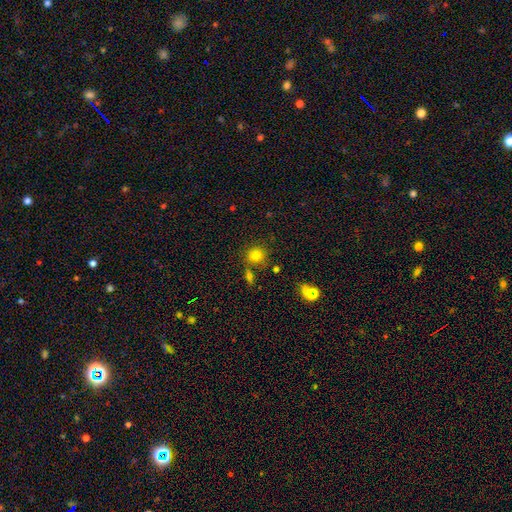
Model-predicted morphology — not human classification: Smooth or featured? Predicted: smooth (p=0.79). How rounded? Predicted: round (p=0.85). Merging? Predicted: none (p=0.71).